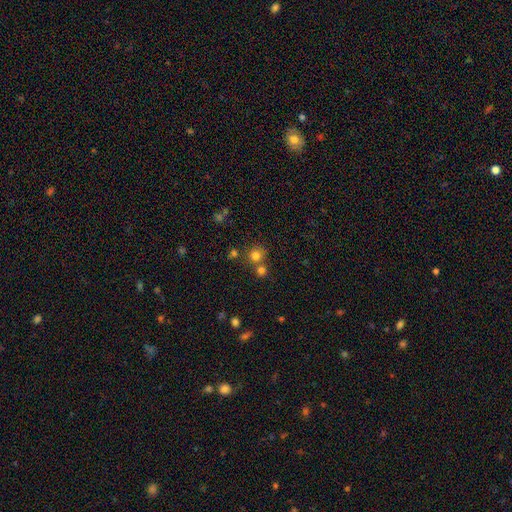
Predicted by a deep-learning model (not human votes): smooth_or_featured: smooth (p=0.75) [alt: star or artifact p=0.17]
how_rounded: round (p=0.88) [alt: in between p=0.11]
merging: none (p=0.61) [alt: merger p=0.28]